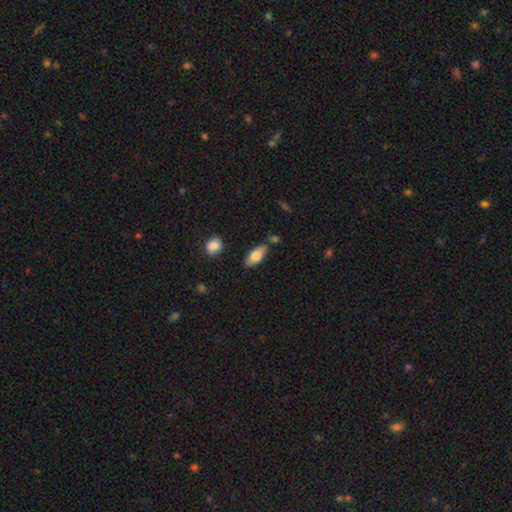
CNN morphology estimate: smooth 77%, featured or disk 16%, star or artifact 6%. Down the decision tree: how rounded — in between (85%); merging — none (74%).